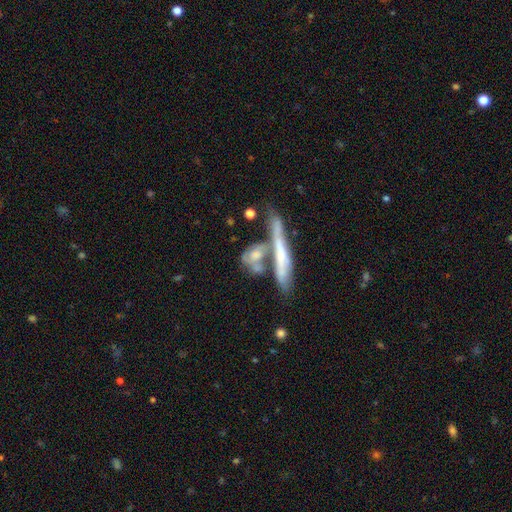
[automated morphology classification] A smooth galaxy with no disk features (47%). Merging: merger (53%).